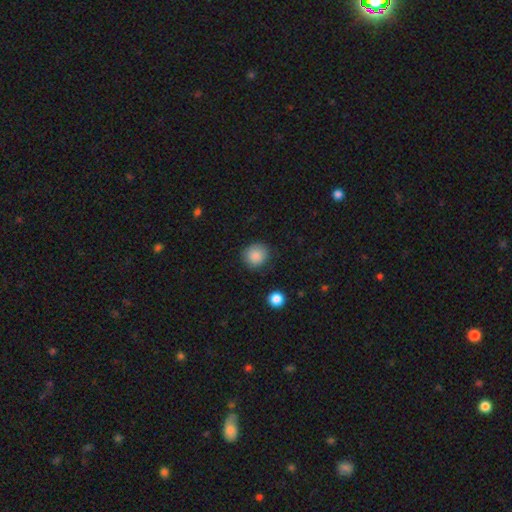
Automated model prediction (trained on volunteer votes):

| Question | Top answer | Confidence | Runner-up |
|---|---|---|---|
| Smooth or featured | smooth | 87% | star or artifact (9%) |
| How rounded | round | 89% | in between (10%) |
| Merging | none | 86% | minor disturbance (9%) |